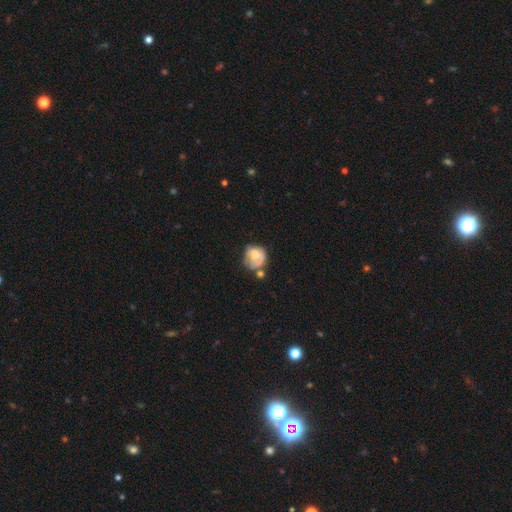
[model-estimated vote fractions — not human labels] This is possibly a smooth galaxy (56%). How rounded: likely round (71%). Merging: marginally none (37%).